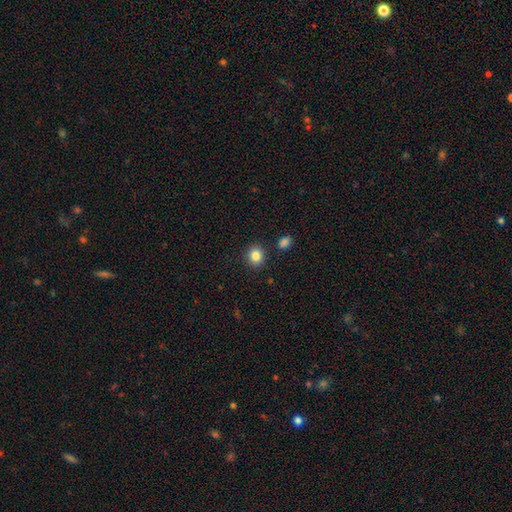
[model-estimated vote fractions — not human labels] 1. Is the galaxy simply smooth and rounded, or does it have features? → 85% smooth, 10% star or artifact, 5% featured or disk.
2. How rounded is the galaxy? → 74% round, 25% in between, 1% cigar-shaped.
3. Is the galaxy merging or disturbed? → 88% none, 7% minor disturbance, 3% merger, 2% major disturbance.